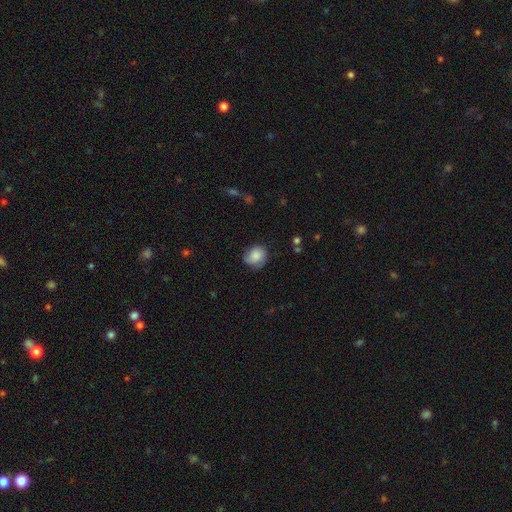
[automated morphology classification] A smooth galaxy with no disk features (77%) that is round (71%).

Vote fractions:
- Smooth or featured? smooth: 77% / featured or disk: 15% / star or artifact: 8%
- How rounded? round: 71% / in between: 28% / cigar-shaped: 1%
- Merging? none: 66% / minor disturbance: 25% / major disturbance: 7% / merger: 2%